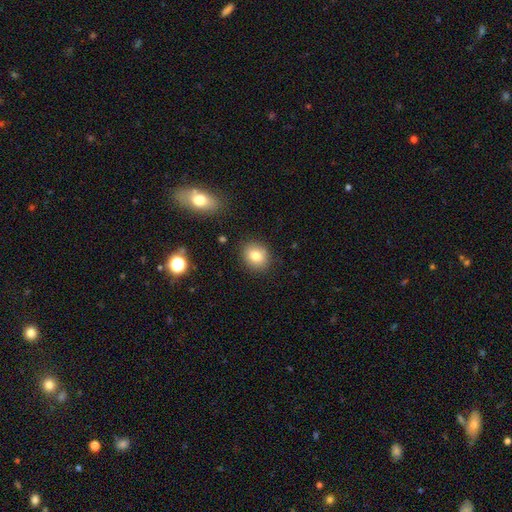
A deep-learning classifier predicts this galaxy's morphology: smooth 81%, star or artifact 10%, featured or disk 9%. Down the decision tree: how rounded — round (65%); merging — none (86%).